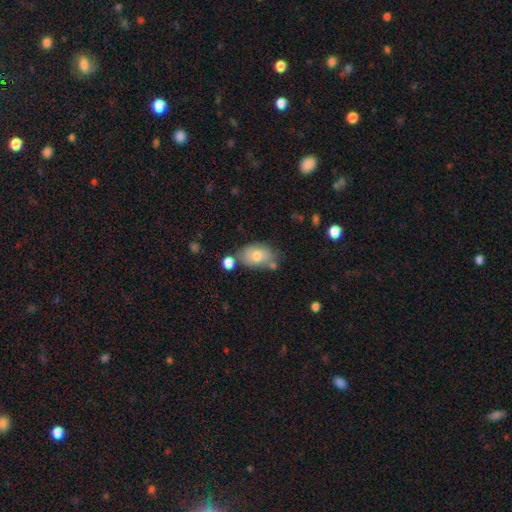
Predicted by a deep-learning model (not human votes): smooth 73%, featured or disk 19%, star or artifact 8%. Down the decision tree: how rounded — in between (87%); merging — none (63%).